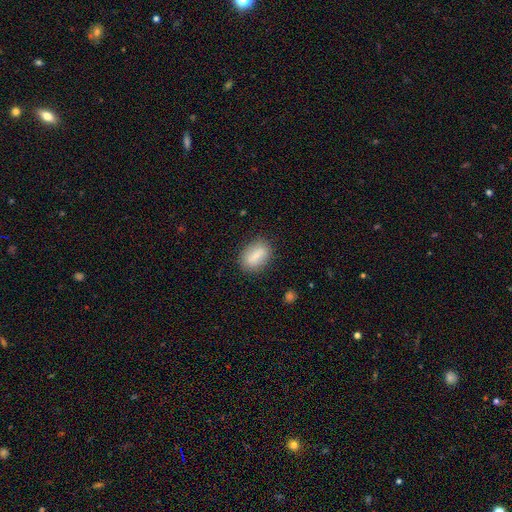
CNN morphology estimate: smooth_or_featured: smooth (p=0.77) [alt: featured or disk p=0.15]
how_rounded: in between (p=0.81) [alt: round p=0.16]
merging: none (p=0.82) [alt: minor disturbance p=0.13]